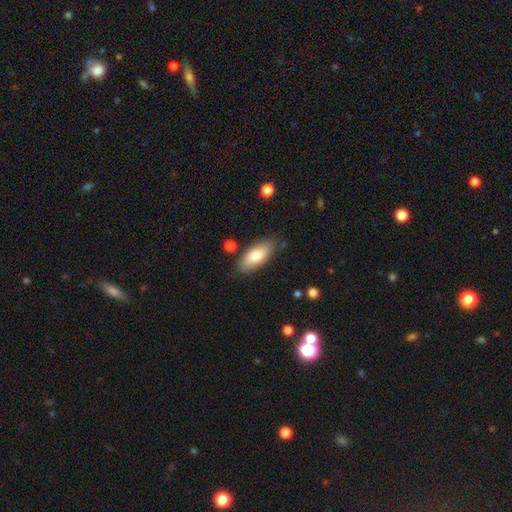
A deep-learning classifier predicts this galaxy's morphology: Smooth or featured: smooth — 77% (featured or disk — 17%)
How rounded: in between — 82% (cigar-shaped — 16%)
Merging: none — 81% (minor disturbance — 13%)